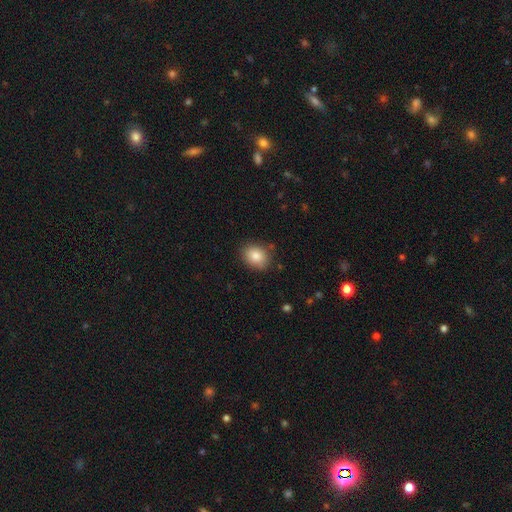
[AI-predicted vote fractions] Smooth or featured? smooth (84%)
How rounded? in between (51%)
Merging? none (82%)